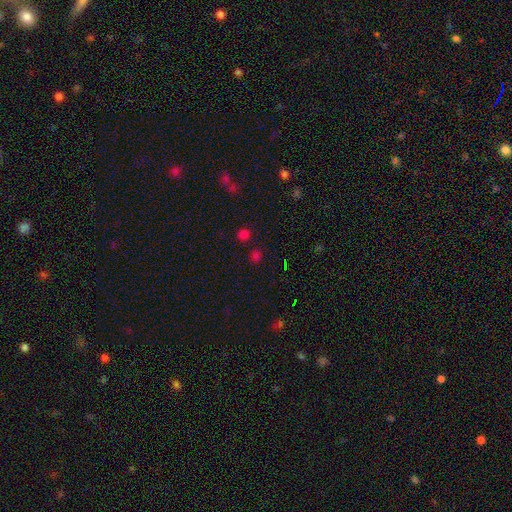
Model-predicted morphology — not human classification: The model was most divided on "smooth or featured": smooth: 59%, star or artifact: 36%, featured or disk: 5%. More confident: merging — none (82%); how rounded — round (81%).